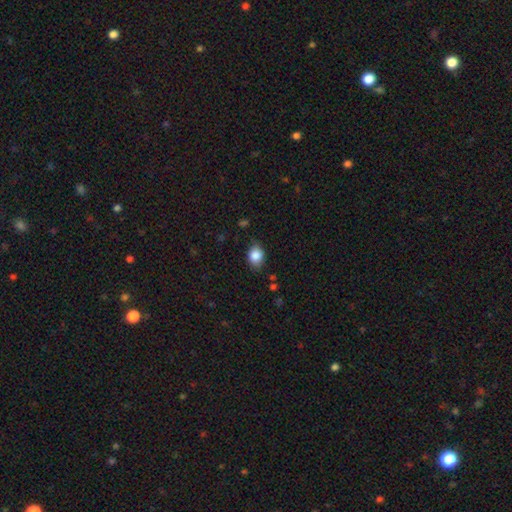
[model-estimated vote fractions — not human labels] Smooth or featured? smooth (86%)
How rounded? in between (64%)
Merging? none (79%)